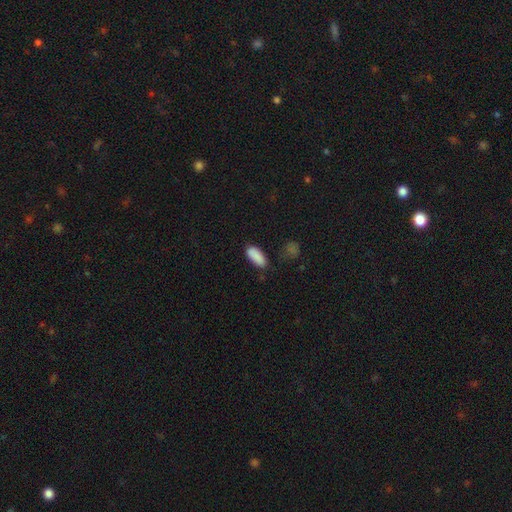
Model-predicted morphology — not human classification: Smooth or featured: smooth — 88% (star or artifact — 7%)
How rounded: in between — 80% (cigar-shaped — 18%)
Merging: none — 73% (minor disturbance — 19%)